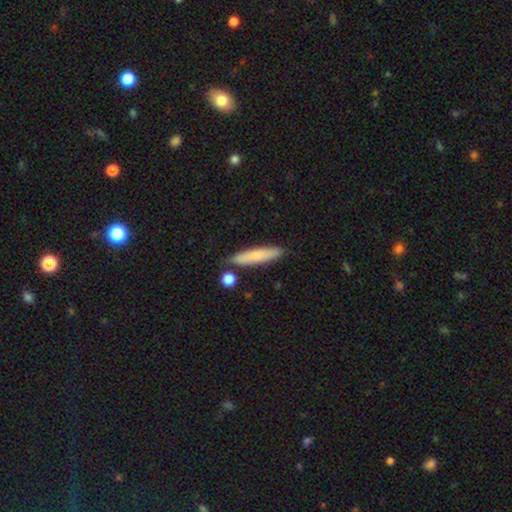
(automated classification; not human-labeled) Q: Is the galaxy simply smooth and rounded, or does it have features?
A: smooth — 75%.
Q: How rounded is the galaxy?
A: cigar-shaped — 85%.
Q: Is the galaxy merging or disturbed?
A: none — 81%.